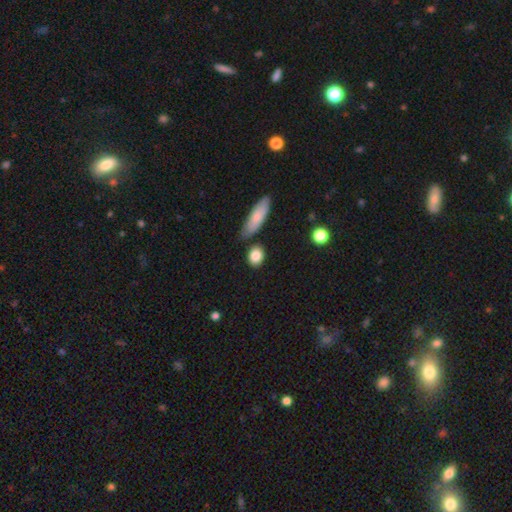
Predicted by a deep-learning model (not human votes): smooth_or_featured: smooth (p=0.86) [alt: featured or disk p=0.07]
how_rounded: in between (p=0.53) [alt: round p=0.43]
merging: none (p=0.77) [alt: minor disturbance p=0.12]